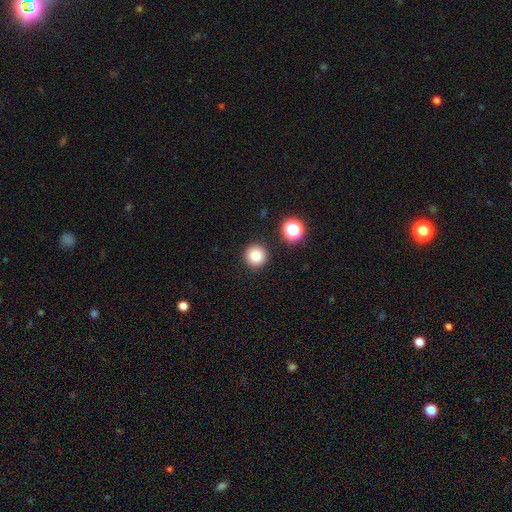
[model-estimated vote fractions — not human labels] Smooth or featured?
  - smooth: 81% *
  - star or artifact: 12%
  - featured or disk: 6%
How rounded?
  - round: 96% *
  - in between: 3%
  - cigar-shaped: 1%
Merging?
  - none: 91% *
  - minor disturbance: 5%
  - merger: 2%
  - major disturbance: 2%